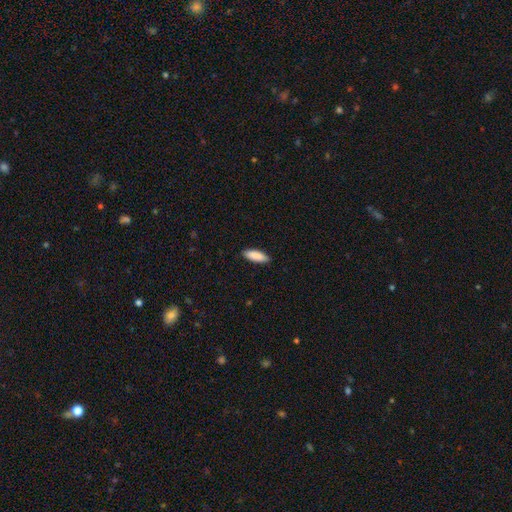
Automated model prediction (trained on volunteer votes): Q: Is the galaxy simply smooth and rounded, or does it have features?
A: smooth — 89%.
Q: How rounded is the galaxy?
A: in between — 62%.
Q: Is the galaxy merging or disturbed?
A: none — 88%.